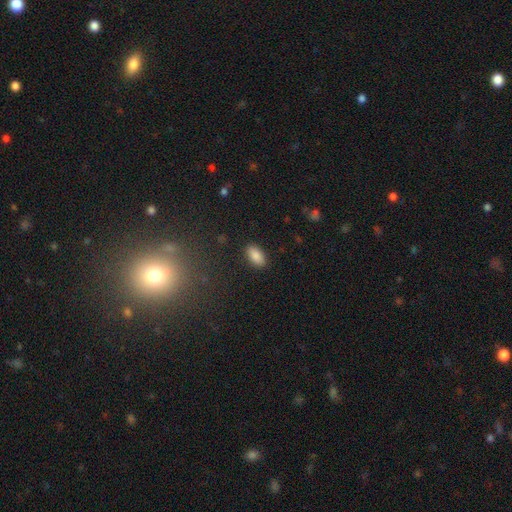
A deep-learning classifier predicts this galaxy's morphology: smooth 88%, star or artifact 8%, featured or disk 4%. Down the decision tree: how rounded — in between (93%); merging — none (88%).